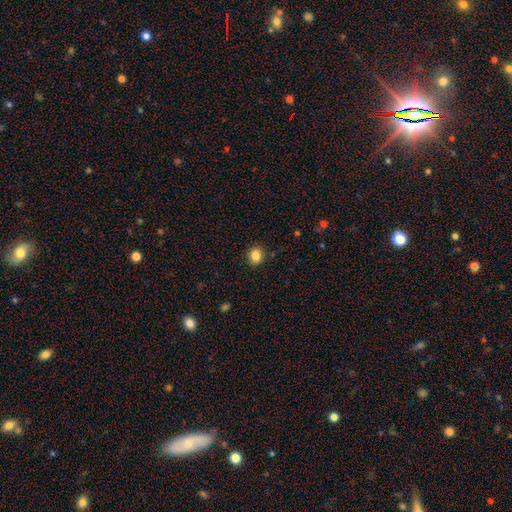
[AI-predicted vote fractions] Smooth or featured?
  - smooth: 85% *
  - star or artifact: 11%
  - featured or disk: 5%
How rounded?
  - round: 80% *
  - in between: 19%
  - cigar-shaped: 1%
Merging?
  - none: 90% *
  - minor disturbance: 7%
  - major disturbance: 2%
  - merger: 1%